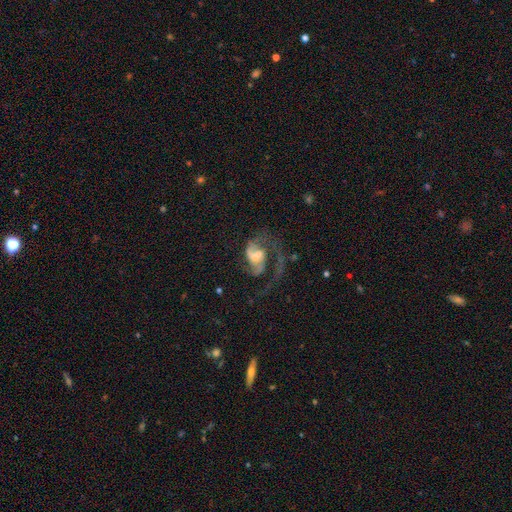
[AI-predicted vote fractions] Smooth or featured?
  - featured or disk: 81% *
  - smooth: 12%
  - star or artifact: 7%
Edge-on disk?
  - no: 98% *
  - yes: 2%
Bar?
  - no: 51% *
  - weak: 40%
  - strong: 10%
Spiral arms?
  - yes: 90% *
  - no: 10%
Spiral winding?
  - loose: 46% *
  - medium: 41%
  - tight: 13%
Spiral arm count?
  - 2: 41% * (tied)
  - 1: 41% * (tied)
  - can't tell: 8%
  - 3: 6%
  - 4: 2%
  - more than 4: 2%
Bulge size?
  - moderate: 39% *
  - small: 31%
  - none: 14%
  - large: 14%
  - dominant: 3%
Merging?
  - major disturbance: 48% *
  - none: 30%
  - minor disturbance: 13%
  - merger: 8%